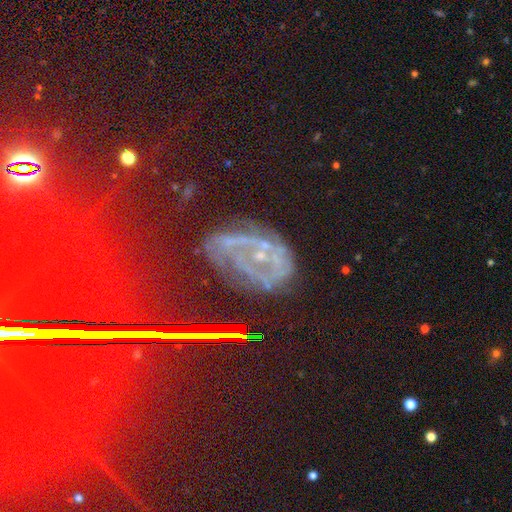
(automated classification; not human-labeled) The model was most divided on "smooth or featured": featured or disk: 54%, star or artifact: 32%, smooth: 14%. More confident: edge-on disk — no (92%); merging — none (67%).